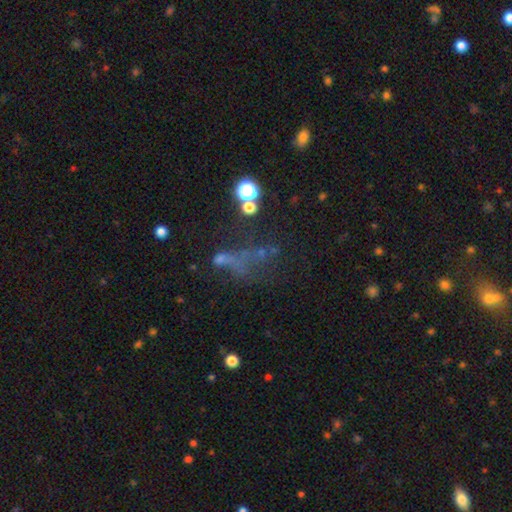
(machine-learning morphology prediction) star or artifact 43%, smooth 30%, featured or disk 27%.